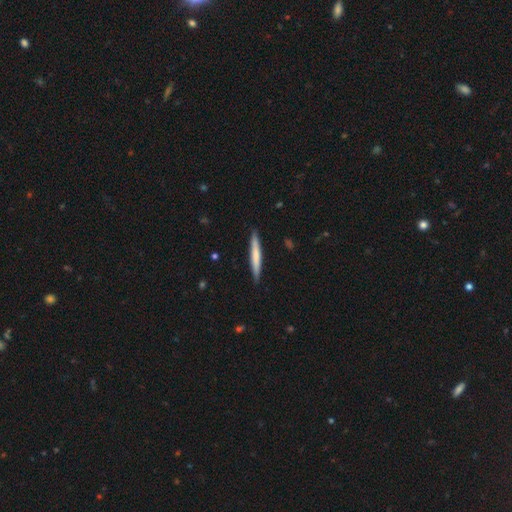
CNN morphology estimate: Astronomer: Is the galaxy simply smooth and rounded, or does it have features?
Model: smooth — 64%.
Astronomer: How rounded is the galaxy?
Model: cigar-shaped — 96%.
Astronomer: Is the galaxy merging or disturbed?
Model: none — 90%.